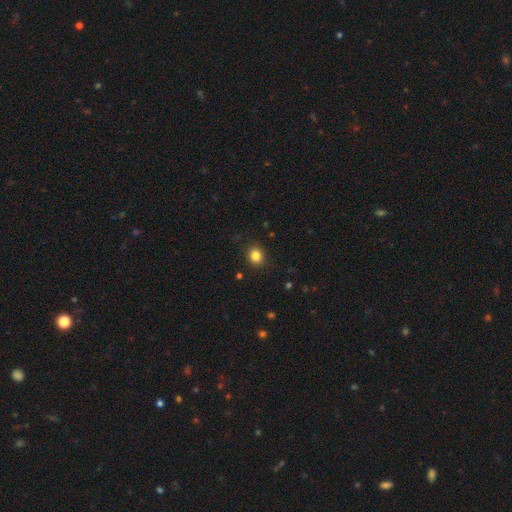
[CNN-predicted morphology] A smooth galaxy with no disk features (84%) that is round (74%).

Vote fractions:
- Smooth or featured? smooth: 84% / star or artifact: 11% / featured or disk: 5%
- How rounded? round: 74% / in between: 25% / cigar-shaped: 1%
- Merging? none: 89% / minor disturbance: 7% / major disturbance: 2% / merger: 1%